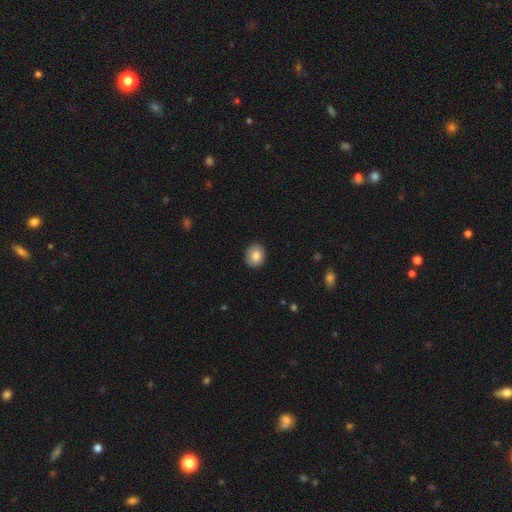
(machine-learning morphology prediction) Smooth or featured? Predicted: smooth (p=0.84). How rounded? Predicted: round (p=0.65). Merging? Predicted: none (p=0.89).